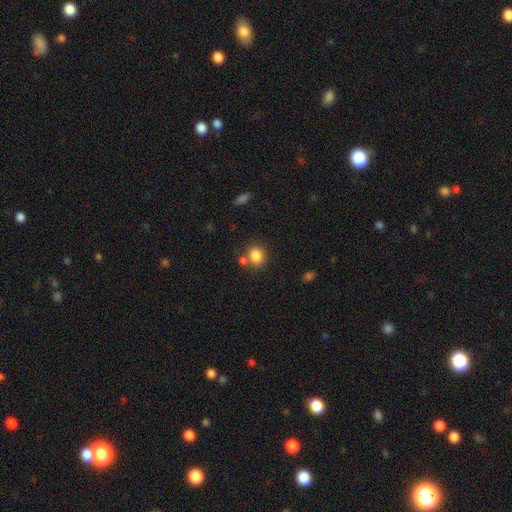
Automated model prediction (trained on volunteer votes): This is clearly a smooth galaxy (84%). How rounded: likely round (68%). Merging: likely none (64%).